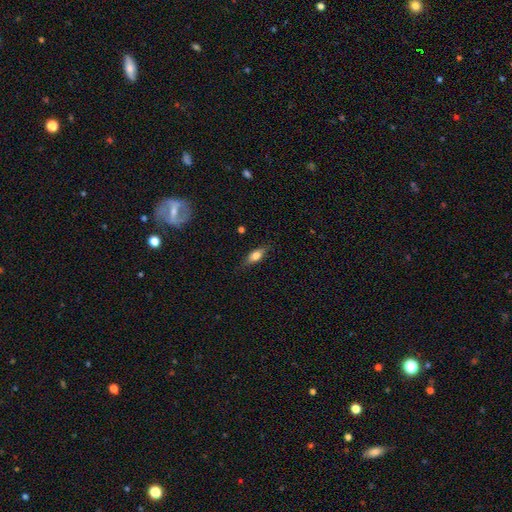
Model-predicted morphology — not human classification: Q: Smooth or featured?
A: smooth (70%); runner-up: featured or disk (23%)
Q: How rounded?
A: in between (70%); runner-up: cigar-shaped (26%)
Q: Merging?
A: none (81%); runner-up: minor disturbance (14%)